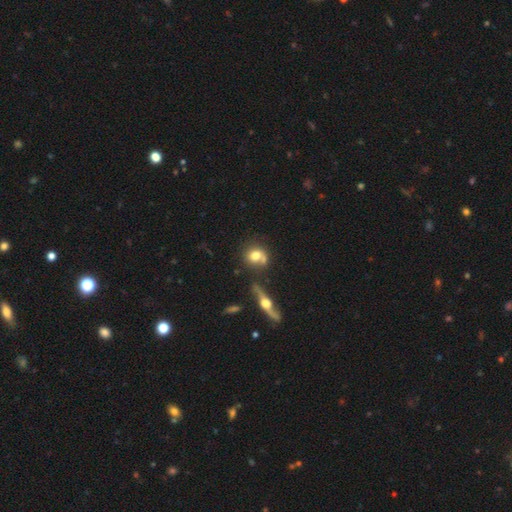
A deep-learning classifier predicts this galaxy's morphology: smooth 68%, featured or disk 22%, star or artifact 10%. Down the decision tree: how rounded — round (78%); merging — none (54%).